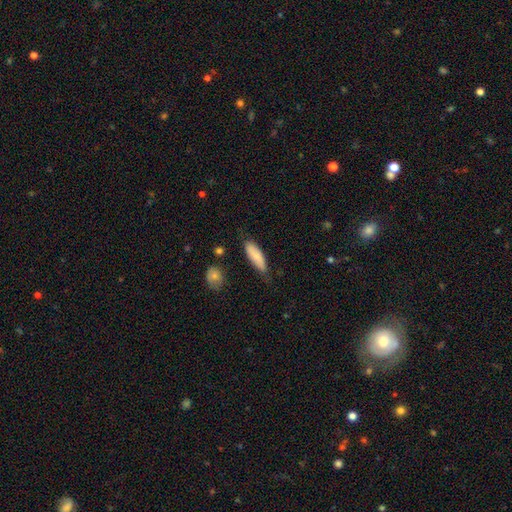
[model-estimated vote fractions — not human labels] Smooth or featured? Predicted: smooth (p=0.77). How rounded? Predicted: in between (p=0.57). Merging? Predicted: none (p=0.67).